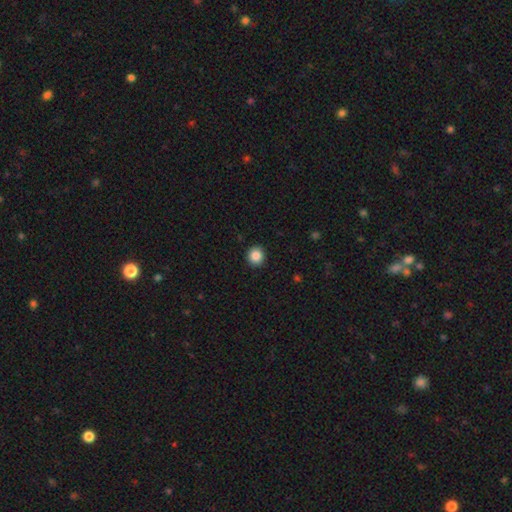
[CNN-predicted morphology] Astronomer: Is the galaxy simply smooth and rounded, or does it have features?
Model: smooth — 86%.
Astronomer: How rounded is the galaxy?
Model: round — 93%.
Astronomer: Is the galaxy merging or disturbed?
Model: none — 93%.